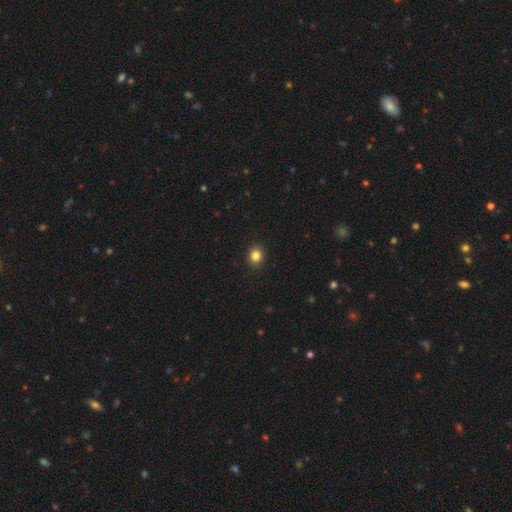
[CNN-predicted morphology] A smooth galaxy with no disk features (84%) that is round (76%). Merging: none (91%).